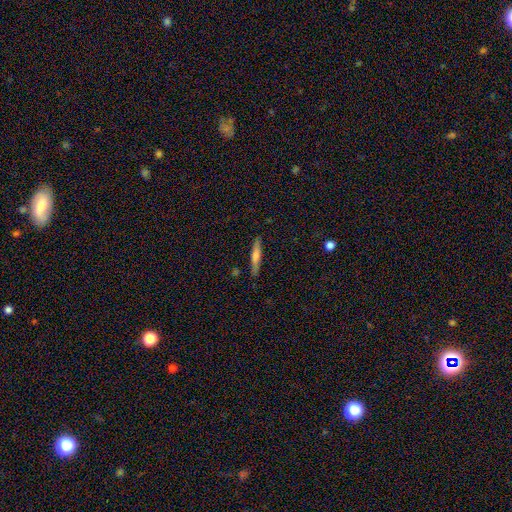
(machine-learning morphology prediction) smooth 59%, featured or disk 35%, star or artifact 7%. Down the decision tree: how rounded — cigar-shaped (90%); merging — none (86%).